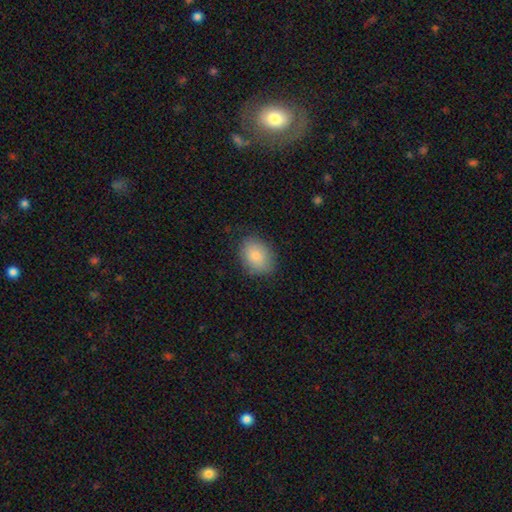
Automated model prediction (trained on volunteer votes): smooth_or_featured: smooth (p=0.83) [alt: featured or disk p=0.10]
how_rounded: in between (p=0.68) [alt: round p=0.32]
merging: none (p=0.82) [alt: minor disturbance p=0.14]